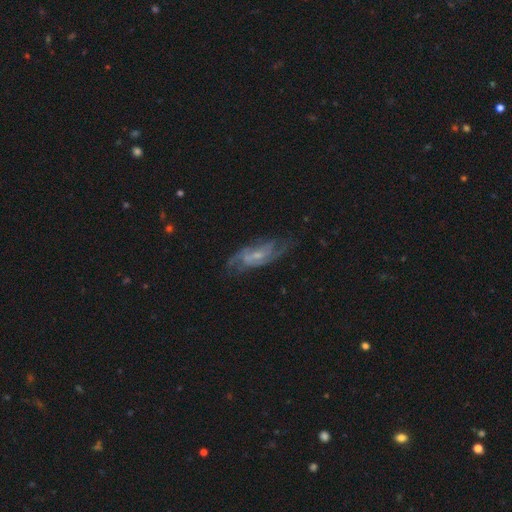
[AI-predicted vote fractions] Q: Smooth or featured?
A: featured or disk (81%); runner-up: smooth (12%)
Q: Edge-on disk?
A: no (91%); runner-up: yes (9%)
Q: Bar?
A: weak (46%); runner-up: no (41%)
Q: Spiral arms?
A: yes (93%); runner-up: no (7%)
Q: Spiral winding?
A: medium (48%); runner-up: tight (30%)
Q: Spiral arm count?
A: 2 (54%); runner-up: can't tell (22%)
Q: Bulge size?
A: small (64%); runner-up: moderate (25%)
Q: Merging?
A: none (68%); runner-up: minor disturbance (19%)